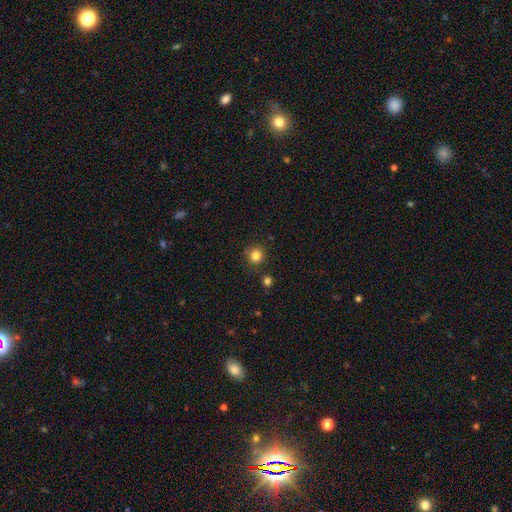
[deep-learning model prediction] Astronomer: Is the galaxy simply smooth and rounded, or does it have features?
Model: smooth — 83%.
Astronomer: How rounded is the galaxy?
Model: round — 92%.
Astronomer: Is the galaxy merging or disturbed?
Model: none — 83%.